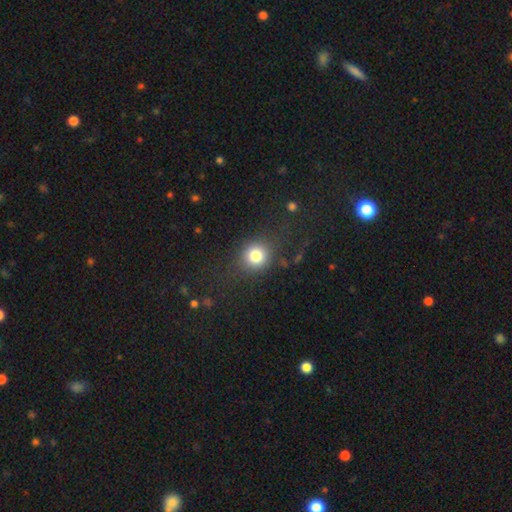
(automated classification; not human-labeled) smooth 80%, star or artifact 12%, featured or disk 8%. Down the decision tree: how rounded — round (81%); merging — none (81%).